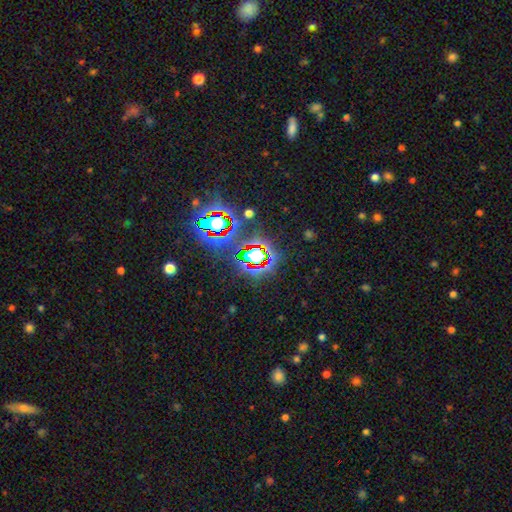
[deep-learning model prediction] star or artifact 72%, smooth 18%, featured or disk 10%.